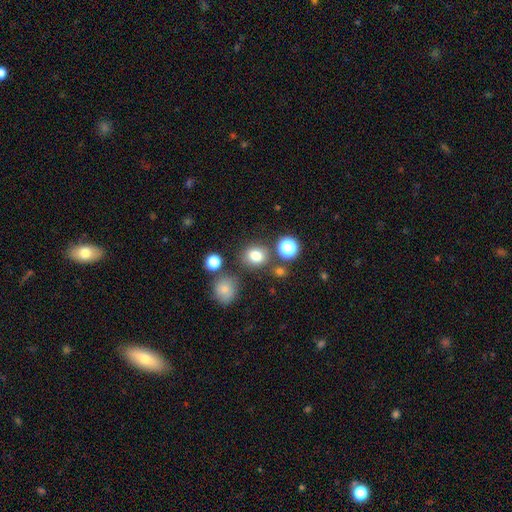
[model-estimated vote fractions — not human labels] smooth_or_featured: smooth (p=0.77) [alt: star or artifact p=0.16]
how_rounded: round (p=0.70) [alt: in between p=0.29]
merging: none (p=0.77) [alt: minor disturbance p=0.11]